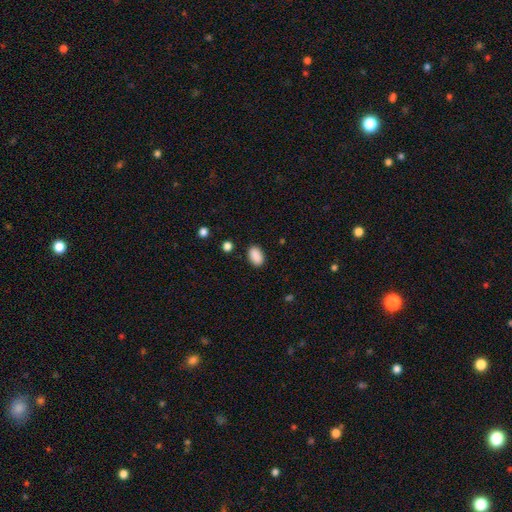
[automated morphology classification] Overall: smooth (90%). How rounded: in between (91%). Merging: none (87%).